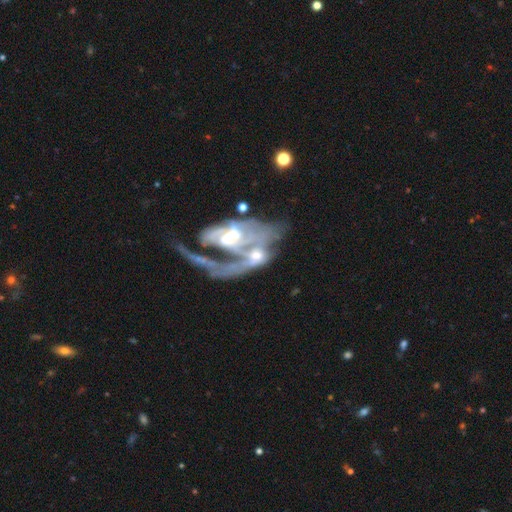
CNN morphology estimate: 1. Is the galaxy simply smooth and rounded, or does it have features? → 77% featured or disk, 15% smooth, 8% star or artifact.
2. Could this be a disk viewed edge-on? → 95% no, 5% yes.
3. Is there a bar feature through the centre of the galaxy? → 61% no, 28% weak, 10% strong.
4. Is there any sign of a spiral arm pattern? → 71% yes, 29% no.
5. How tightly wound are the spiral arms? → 40% loose, 35% medium, 25% tight.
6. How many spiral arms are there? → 39% can't tell, 30% 2, 16% 1, 8% 3, 4% 4, 3% more than 4.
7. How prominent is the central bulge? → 56% moderate, 30% small, 8% large, 5% none, 2% dominant.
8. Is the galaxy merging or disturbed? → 68% merger, 21% major disturbance, 7% none, 5% minor disturbance.